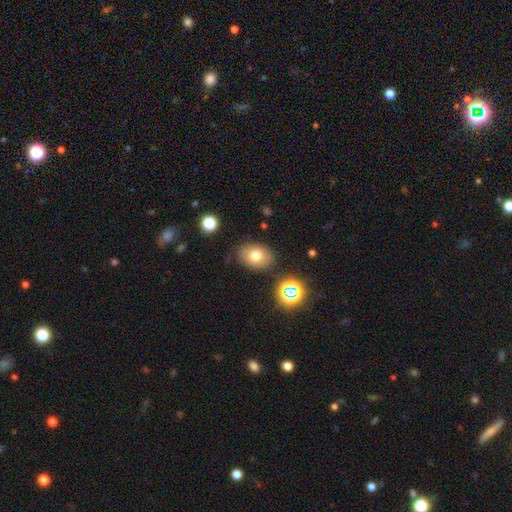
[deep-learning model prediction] A smooth galaxy with no disk features (73%) that is in between round and cigar-shaped (74%).

Vote fractions:
- Smooth or featured? smooth: 73% / featured or disk: 15% / star or artifact: 12%
- How rounded? in between: 74% / round: 25% / cigar-shaped: 1%
- Merging? none: 83% / minor disturbance: 11% / major disturbance: 3% / merger: 3%